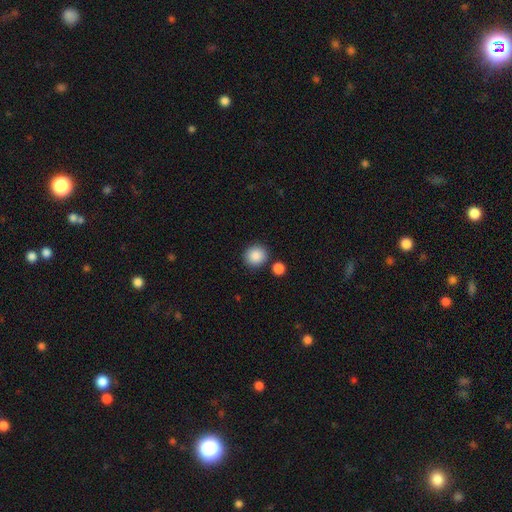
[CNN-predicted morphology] Smooth or featured: smooth — 88% (star or artifact — 8%)
How rounded: round — 88% (in between — 11%)
Merging: none — 82% (minor disturbance — 8%)